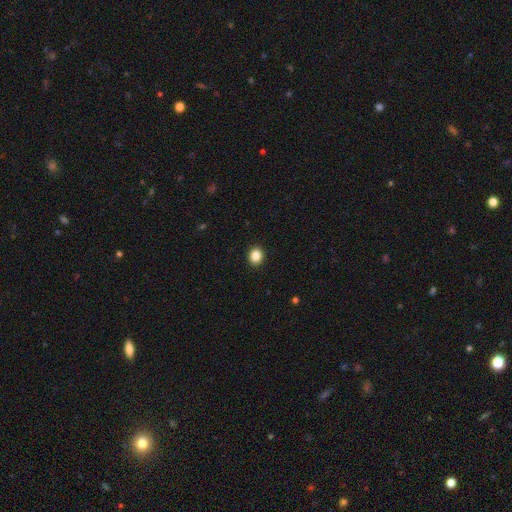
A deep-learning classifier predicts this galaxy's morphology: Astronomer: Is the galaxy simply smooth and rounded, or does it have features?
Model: smooth — 86%.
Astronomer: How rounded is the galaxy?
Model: round — 69%.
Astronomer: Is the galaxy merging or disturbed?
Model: none — 93%.